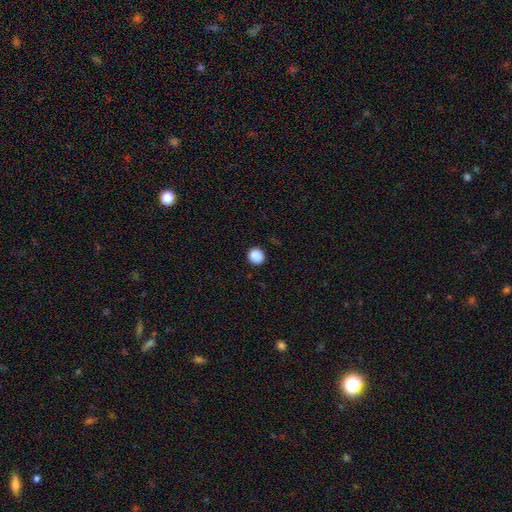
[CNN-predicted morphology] smooth 88%, star or artifact 9%, featured or disk 3%. Down the decision tree: how rounded — round (91%); merging — none (90%).